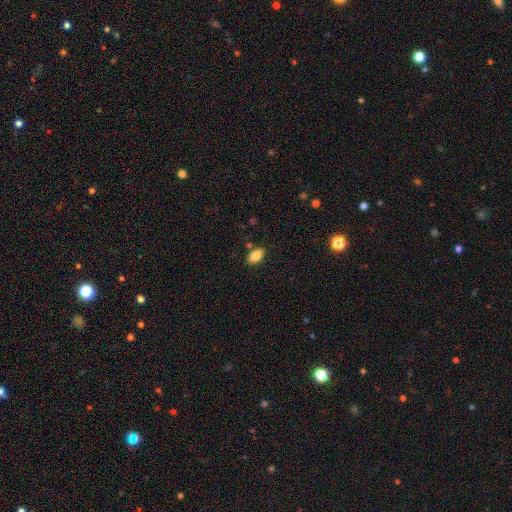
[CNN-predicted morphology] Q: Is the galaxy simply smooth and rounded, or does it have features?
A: smooth — 84%.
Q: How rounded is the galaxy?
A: in between — 91%.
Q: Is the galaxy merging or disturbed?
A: none — 84%.